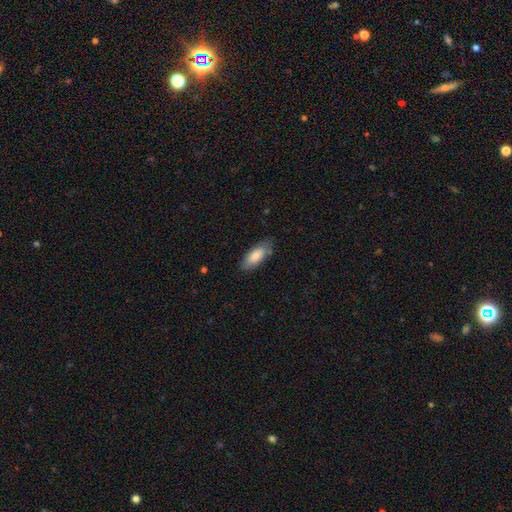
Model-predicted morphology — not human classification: The model was most divided on "merging": none: 77%, minor disturbance: 18%, major disturbance: 4%, merger: 2%. More confident: smooth or featured — smooth (83%); how rounded — in between (82%).